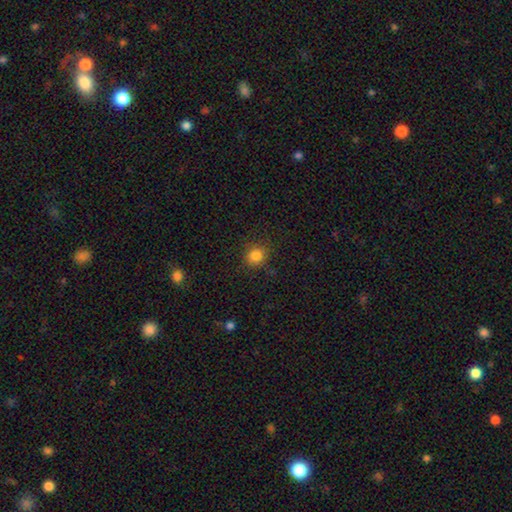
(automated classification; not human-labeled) Smooth or featured? smooth (83%)
How rounded? round (87%)
Merging? none (87%)